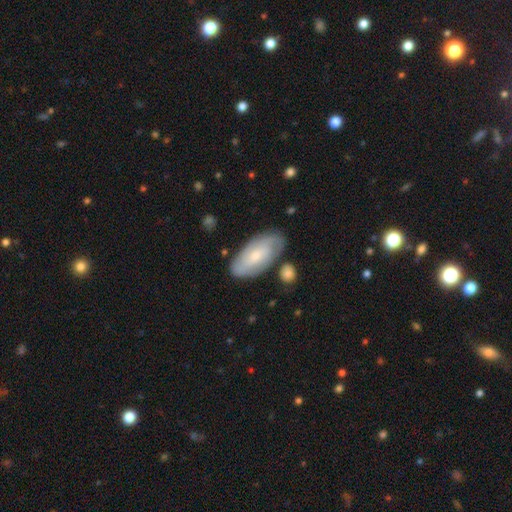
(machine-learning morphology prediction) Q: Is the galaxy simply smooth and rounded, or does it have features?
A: featured or disk — 50%.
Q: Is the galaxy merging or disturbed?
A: none — 73%.